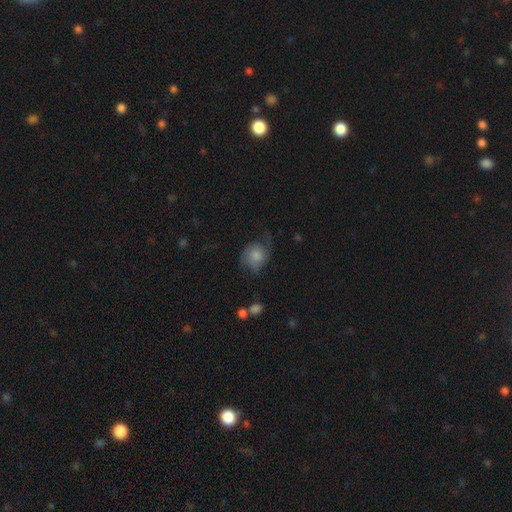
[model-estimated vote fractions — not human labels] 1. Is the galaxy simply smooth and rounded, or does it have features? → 52% smooth, 40% featured or disk, 8% star or artifact.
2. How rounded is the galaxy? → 64% round, 35% in between, 1% cigar-shaped.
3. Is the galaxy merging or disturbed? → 42% none, 28% minor disturbance, 27% major disturbance, 2% merger.